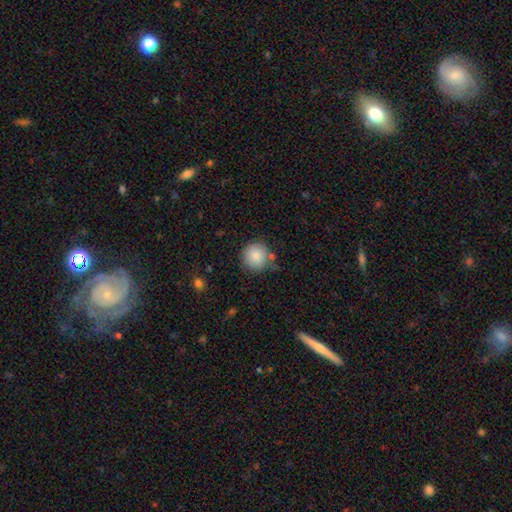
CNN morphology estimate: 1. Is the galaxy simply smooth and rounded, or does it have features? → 86% smooth, 8% star or artifact, 6% featured or disk.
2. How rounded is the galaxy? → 94% round, 5% in between, 1% cigar-shaped.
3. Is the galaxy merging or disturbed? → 77% none, 14% minor disturbance, 5% merger, 4% major disturbance.